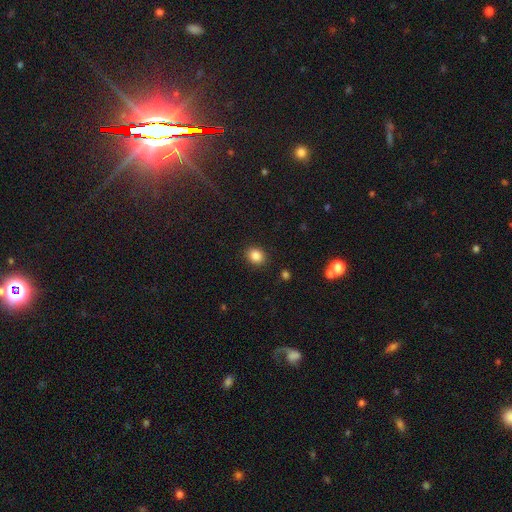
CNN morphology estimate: smooth_or_featured: smooth (p=0.85) [alt: star or artifact p=0.10]
how_rounded: round (p=0.56) [alt: in between p=0.44]
merging: none (p=0.89) [alt: minor disturbance p=0.08]